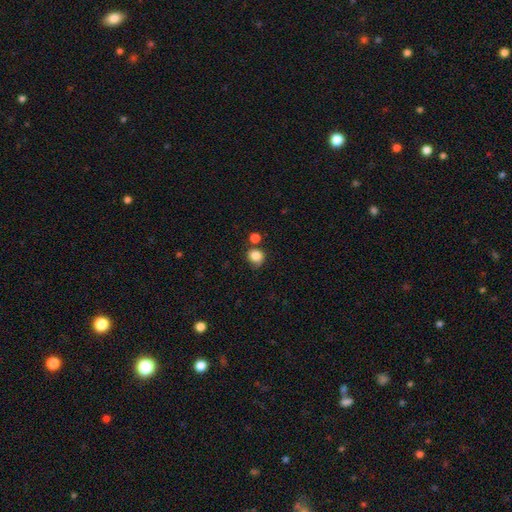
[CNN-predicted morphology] The model was most divided on "merging": none: 63%, minor disturbance: 17%, merger: 14%, major disturbance: 5%. More confident: how rounded — round (84%); smooth or featured — smooth (84%).